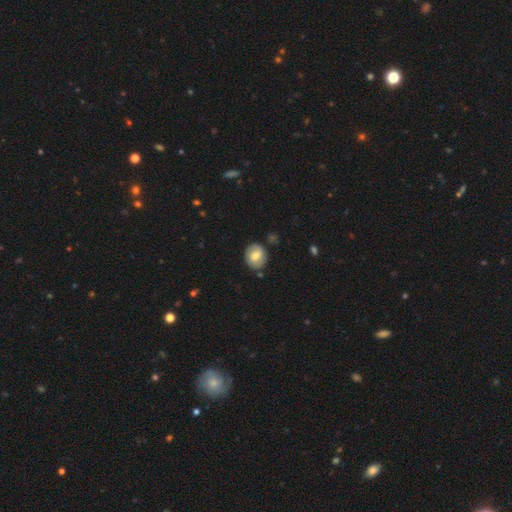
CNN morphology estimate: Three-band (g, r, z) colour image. It shows a smooth galaxy with no disk features (60%) that is round (66%). Merging: none (81%).